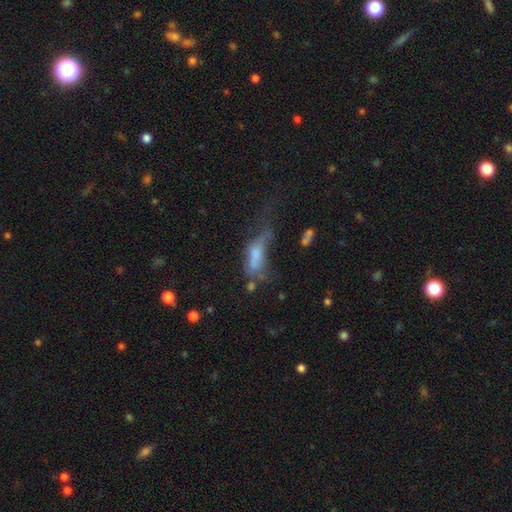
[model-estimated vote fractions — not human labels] smooth-or-featured: smooth: 54% | featured or disk: 32% | star or artifact: 14%
  how-rounded: in between: 63% | cigar-shaped: 32% | round: 4%
  merging: major disturbance: 49% | minor disturbance: 17% | none: 17% | merger: 17%